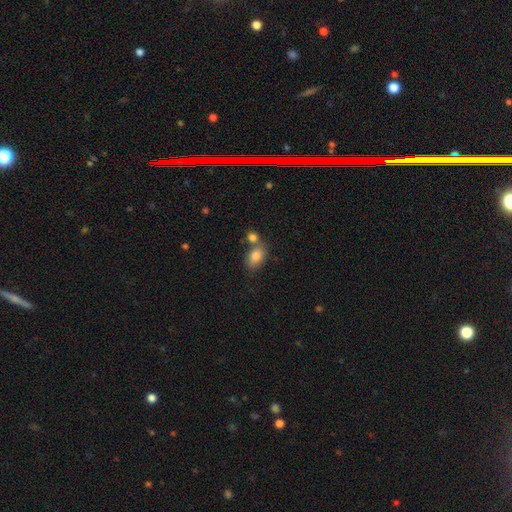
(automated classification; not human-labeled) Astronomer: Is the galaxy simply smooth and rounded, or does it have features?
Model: smooth — 82%.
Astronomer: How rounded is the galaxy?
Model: in between — 84%.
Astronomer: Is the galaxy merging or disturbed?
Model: none — 51% (runner-up: merger, 33%).